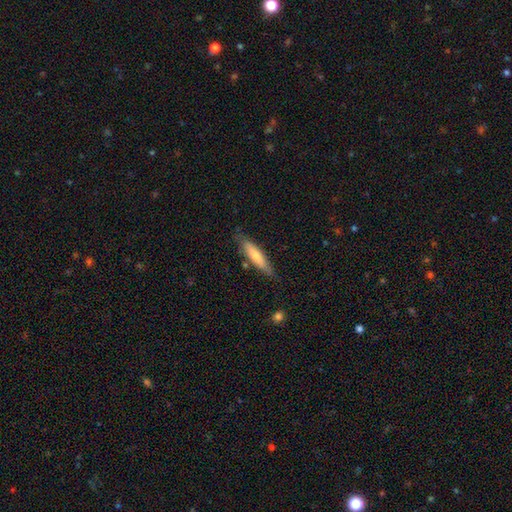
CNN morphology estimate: This appears to be a smooth galaxy with no disk features (66%) that is cigar-shaped (81%). Merging: none (77%).